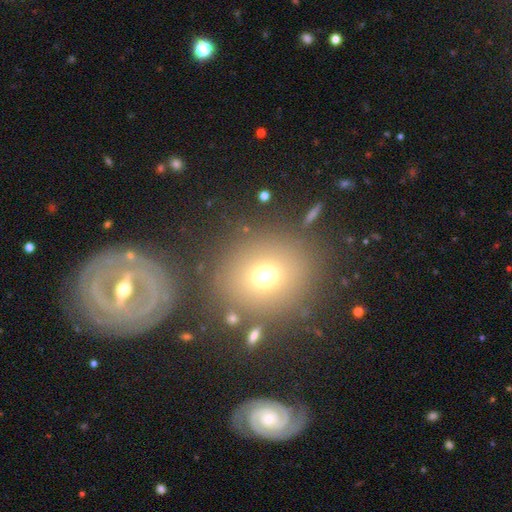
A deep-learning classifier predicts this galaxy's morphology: Smooth or featured: smooth — 57% (featured or disk — 27%)
How rounded: round — 83% (in between — 16%)
Merging: none — 73% (minor disturbance — 11%)